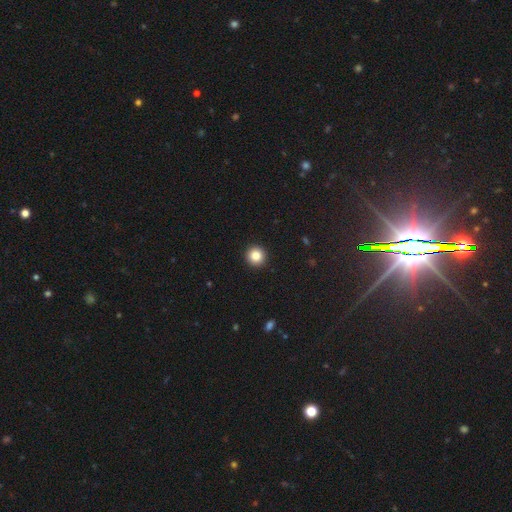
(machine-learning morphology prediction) Smooth or featured? Predicted: smooth (p=0.85). How rounded? Predicted: round (p=0.96). Merging? Predicted: none (p=0.94).